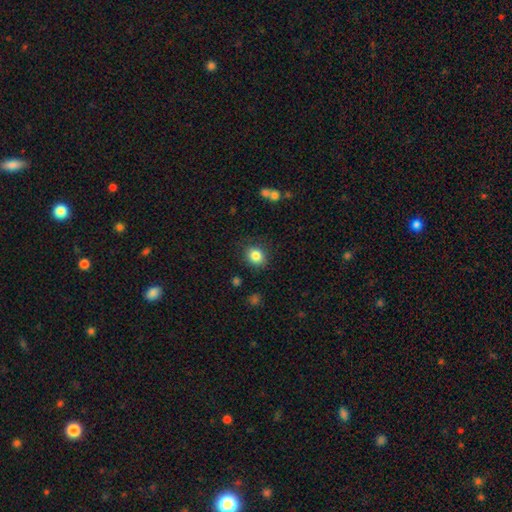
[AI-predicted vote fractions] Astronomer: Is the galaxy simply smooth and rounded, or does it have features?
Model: smooth — 84%.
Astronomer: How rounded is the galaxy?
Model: round — 66%.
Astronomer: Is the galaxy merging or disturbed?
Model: none — 85%.